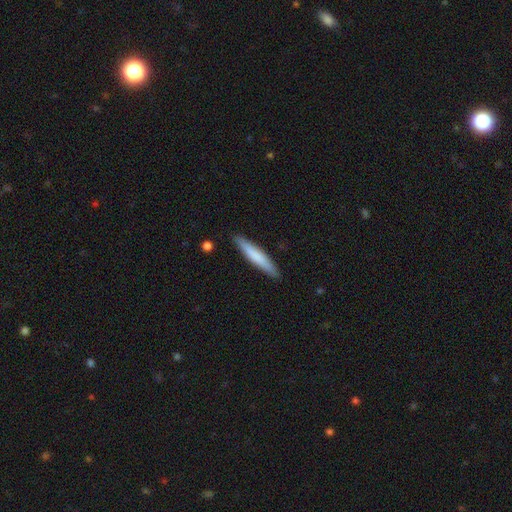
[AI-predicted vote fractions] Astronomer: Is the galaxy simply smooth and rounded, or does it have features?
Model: smooth — 73%.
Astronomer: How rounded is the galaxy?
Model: cigar-shaped — 92%.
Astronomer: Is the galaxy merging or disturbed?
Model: none — 89%.